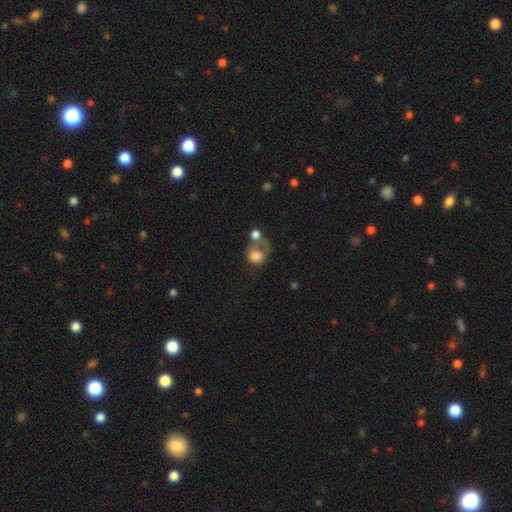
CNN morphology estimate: Smooth or featured?
  - smooth: 75% *
  - featured or disk: 15%
  - star or artifact: 9%
How rounded?
  - round: 70% *
  - in between: 29%
  - cigar-shaped: 1%
Merging?
  - merger: 39% *
  - none: 25%
  - major disturbance: 22%
  - minor disturbance: 14%